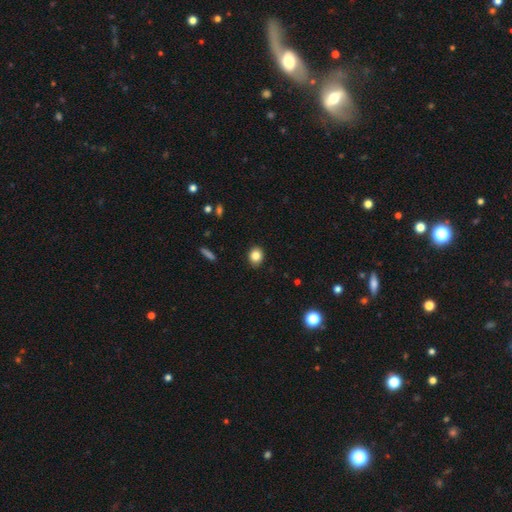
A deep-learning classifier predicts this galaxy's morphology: type=smooth (84%); roundness=round (68%); merging=none (90%).